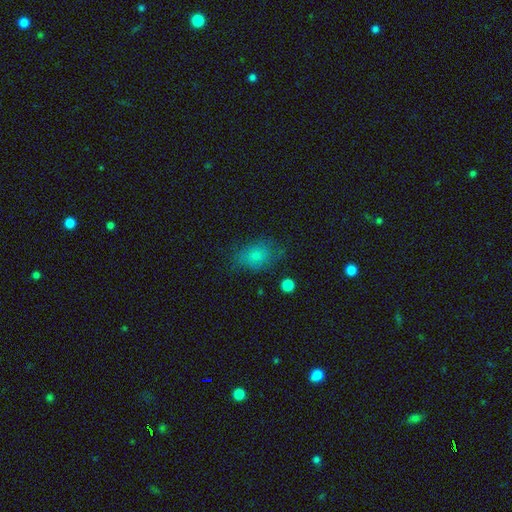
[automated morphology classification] A smooth galaxy with no disk features (71%) that is in between round and cigar-shaped (75%). Merging: none (69%).